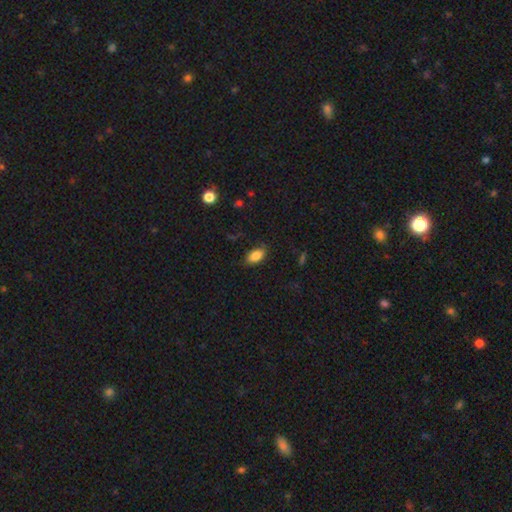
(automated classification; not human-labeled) smooth 85%, star or artifact 8%, featured or disk 7%. Down the decision tree: how rounded — in between (91%); merging — none (83%).